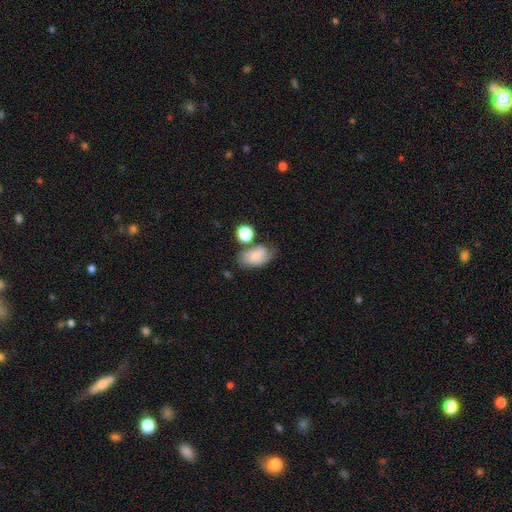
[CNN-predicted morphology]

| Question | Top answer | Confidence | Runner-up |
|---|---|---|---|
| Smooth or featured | smooth | 59% | featured or disk (31%) |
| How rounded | in between | 86% | round (12%) |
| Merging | none | 52% | minor disturbance (25%) |